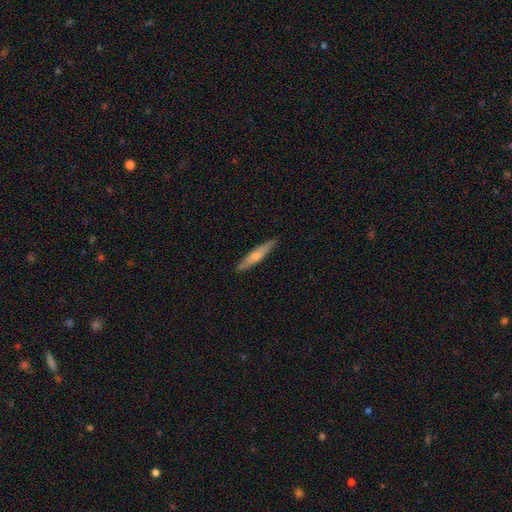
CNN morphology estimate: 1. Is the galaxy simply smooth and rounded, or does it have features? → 60% smooth, 34% featured or disk, 5% star or artifact.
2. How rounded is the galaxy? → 91% cigar-shaped, 8% in between, 1% round.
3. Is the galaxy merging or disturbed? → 89% none, 8% minor disturbance, 2% major disturbance, 1% merger.